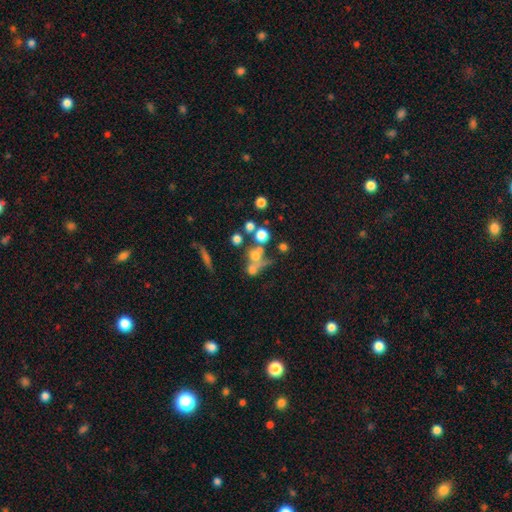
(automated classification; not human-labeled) Overall: smooth (55%; featured or disk 25%). How rounded: round (76%). Merging: merger (45%; none 35%).